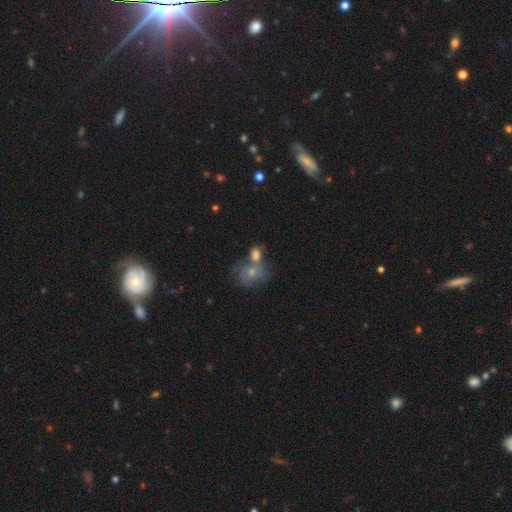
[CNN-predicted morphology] This appears to be a smooth galaxy with no disk features (59%) that is round (49%, tied with in between). Merging: merger (44%).